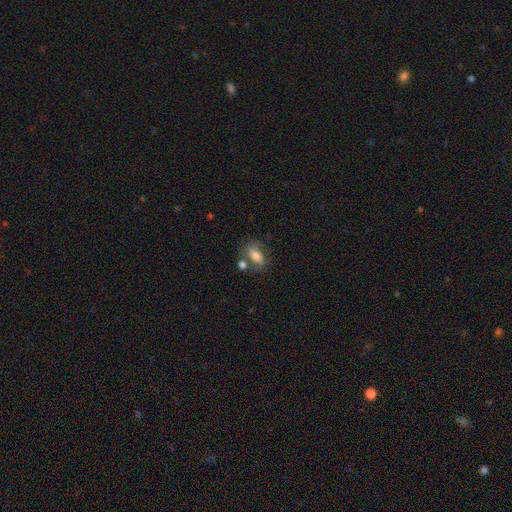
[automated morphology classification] smooth 62%, featured or disk 29%, star or artifact 10%. Down the decision tree: how rounded — in between (81%); merging — none (54%).